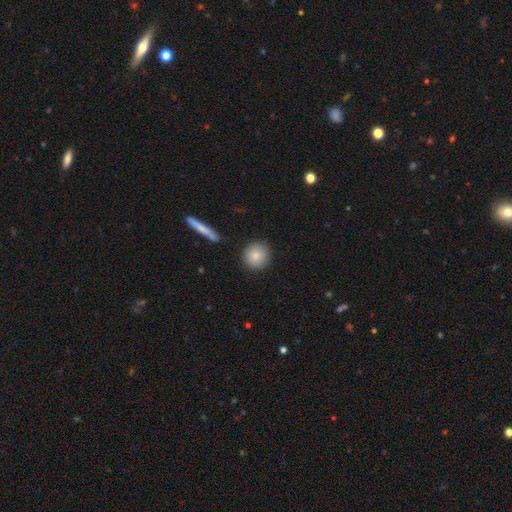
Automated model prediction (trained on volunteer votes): smooth_or_featured: smooth (p=0.86) [alt: featured or disk p=0.07]
how_rounded: round (p=0.91) [alt: in between p=0.08]
merging: none (p=0.88) [alt: minor disturbance p=0.07]